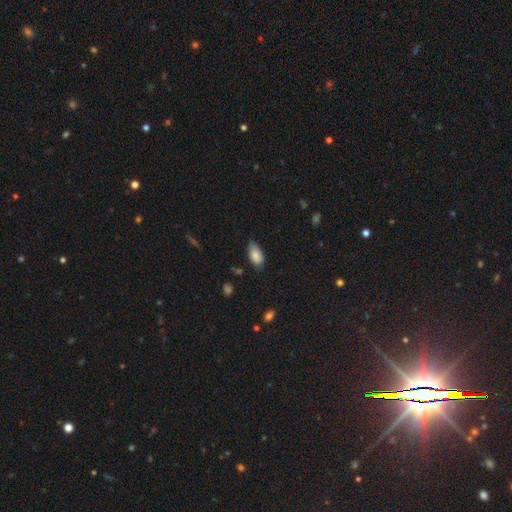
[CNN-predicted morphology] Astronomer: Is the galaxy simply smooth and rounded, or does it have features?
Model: smooth — 85%.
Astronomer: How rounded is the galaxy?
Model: in between — 93%.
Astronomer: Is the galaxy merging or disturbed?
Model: none — 68%.